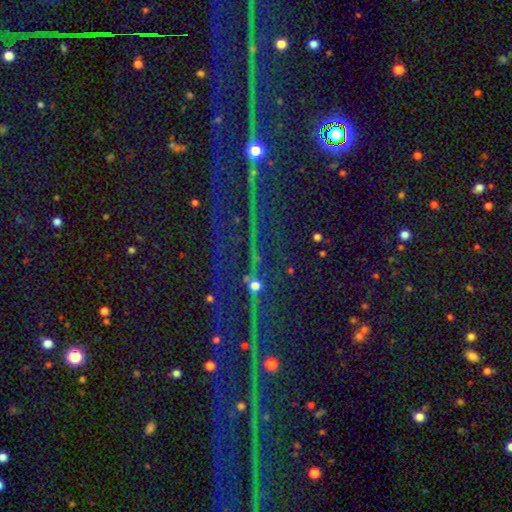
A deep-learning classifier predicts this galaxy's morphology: Smooth or featured? Predicted: star or artifact (p=0.84).